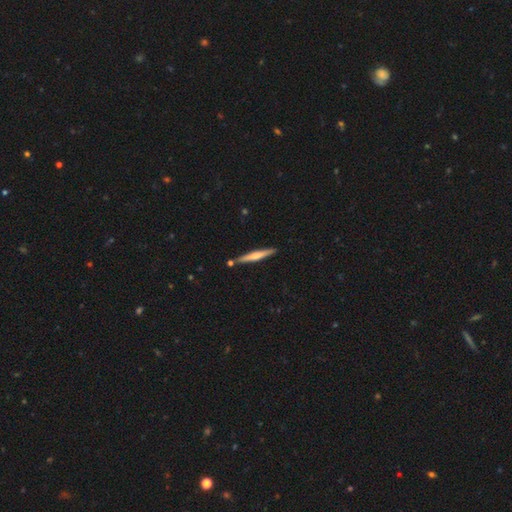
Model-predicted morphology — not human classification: Smooth or featured?
  - featured or disk: 51% *
  - smooth: 44%
  - star or artifact: 5%
Edge-on disk?
  - yes: 97% *
  - no: 3%
Merging?
  - none: 86% *
  - minor disturbance: 8%
  - merger: 4%
  - major disturbance: 2%